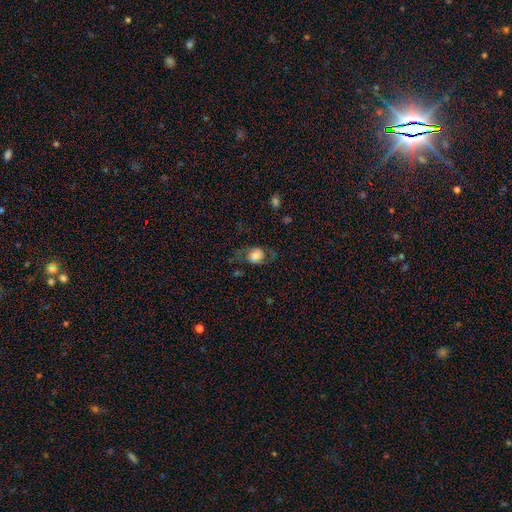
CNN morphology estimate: Overall: smooth (46%; featured or disk 45%). Merging: none (58%; minor disturbance 21%).